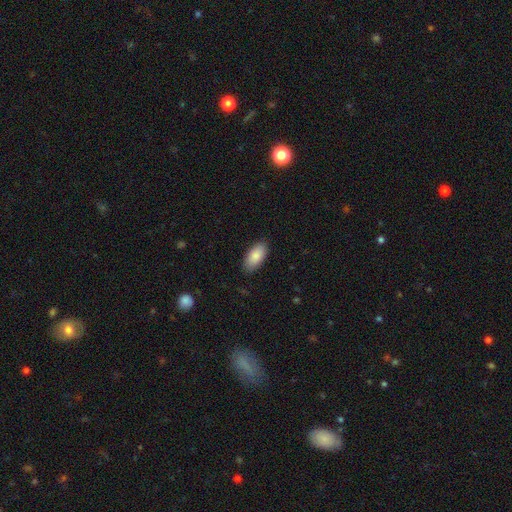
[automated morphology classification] type=smooth (85%); roundness=in between (93%); merging=none (87%).